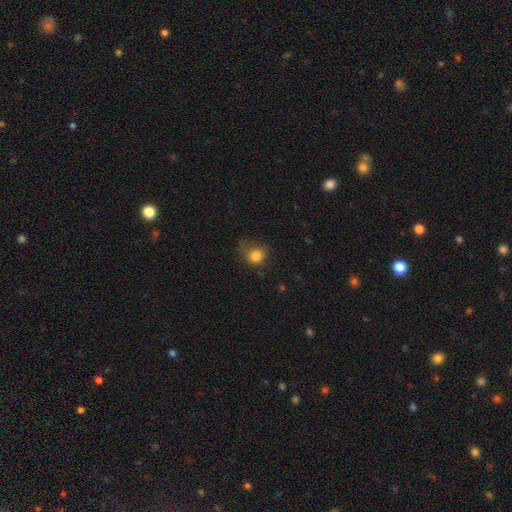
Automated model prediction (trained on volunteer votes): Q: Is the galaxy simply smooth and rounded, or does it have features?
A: smooth — 84%.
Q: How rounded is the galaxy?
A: round — 84%.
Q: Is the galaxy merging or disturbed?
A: none — 57%.